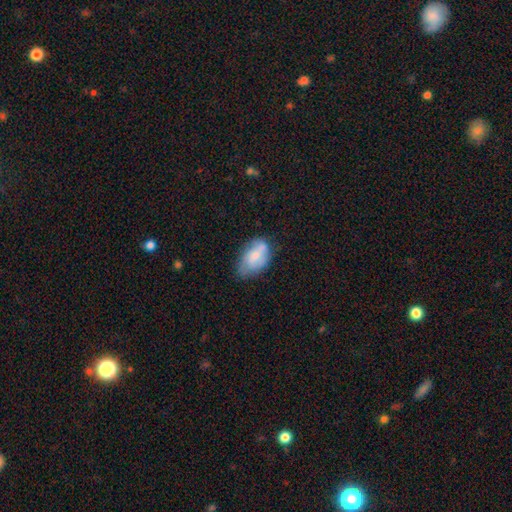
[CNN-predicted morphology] This is possibly a smooth galaxy (56%). How rounded: clearly in between (90%). Merging: marginally none (45%).